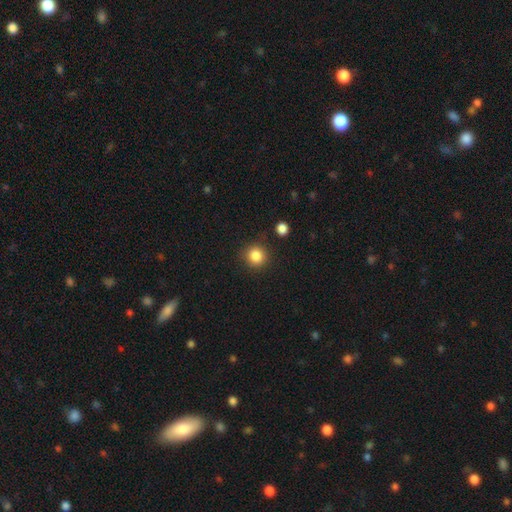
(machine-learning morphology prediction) Smooth or featured? Predicted: smooth (p=0.85). How rounded? Predicted: round (p=0.90). Merging? Predicted: none (p=0.86).